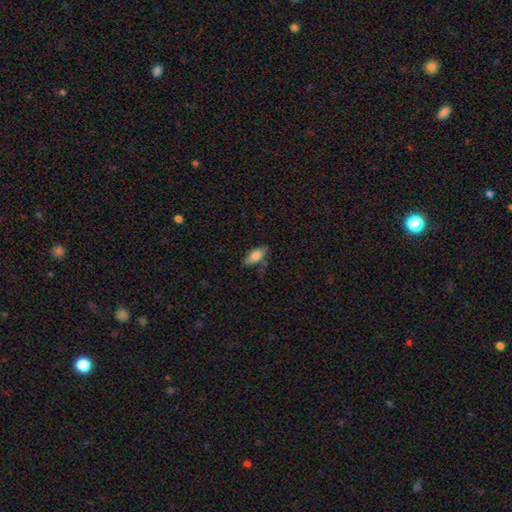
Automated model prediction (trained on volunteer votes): smooth_or_featured: smooth (p=0.80) [alt: featured or disk p=0.13]
how_rounded: in between (p=0.84) [alt: cigar-shaped p=0.13]
merging: none (p=0.75) [alt: minor disturbance p=0.18]